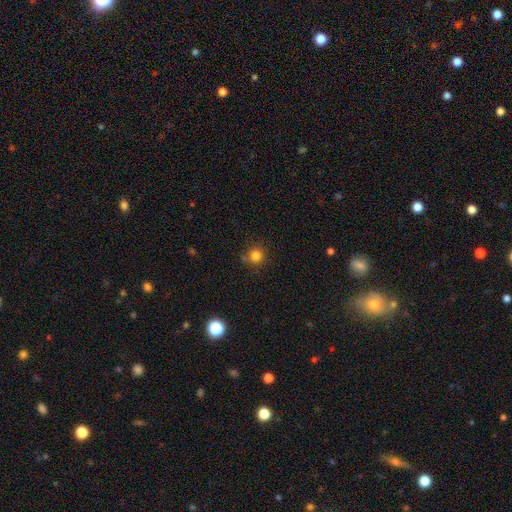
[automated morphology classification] smooth-or-featured: smooth: 82% | star or artifact: 14% | featured or disk: 5%
  how-rounded: round: 94% | in between: 5% | cigar-shaped: 1%
  merging: none: 80% | minor disturbance: 11% | merger: 6% | major disturbance: 3%